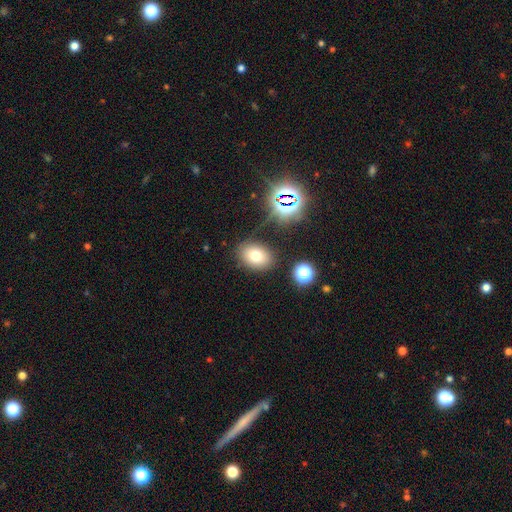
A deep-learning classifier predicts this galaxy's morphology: Overall: smooth (71%). How rounded: in between (72%). Merging: none (82%).